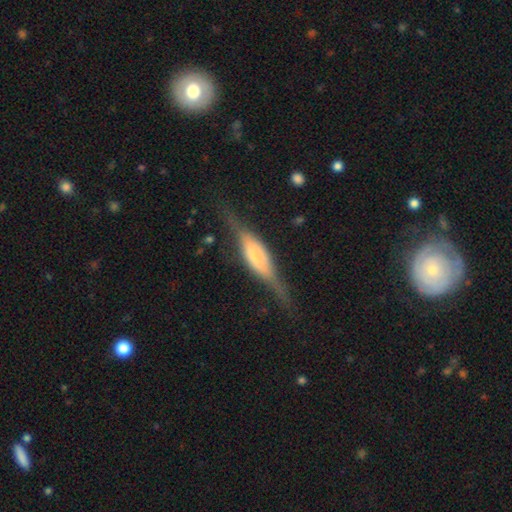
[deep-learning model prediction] smooth-or-featured: featured or disk: 70% | smooth: 24% | star or artifact: 6%
  disk-edge-on: yes: 93% | no: 7%
    edge-on-bulge: rounded: 51% | boxy: 42% | none: 7%
  merging: none: 68% | minor disturbance: 20% | major disturbance: 10% | merger: 2%